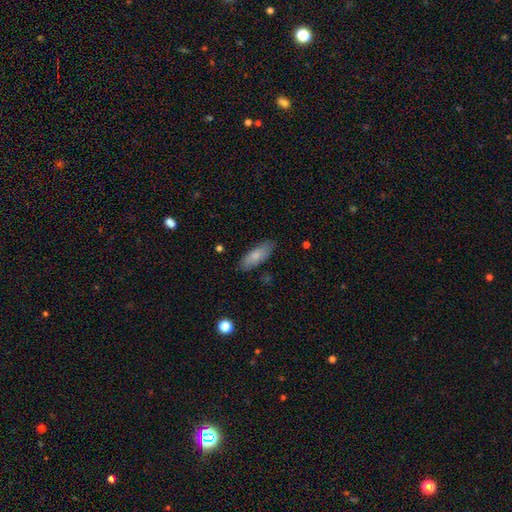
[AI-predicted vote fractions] Smooth or featured: smooth — 80% (featured or disk — 14%)
How rounded: in between — 66% (cigar-shaped — 32%)
Merging: none — 84% (minor disturbance — 12%)